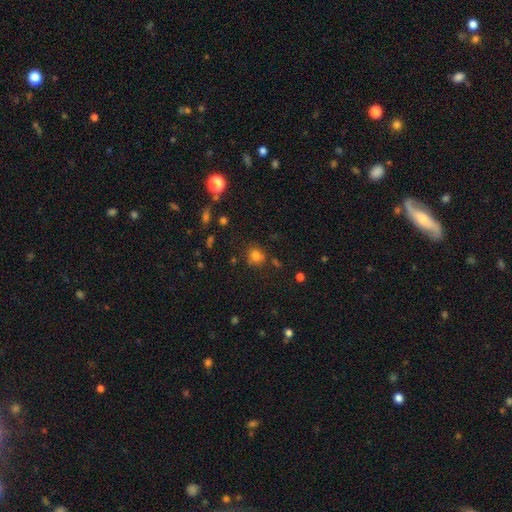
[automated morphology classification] This appears to be a smooth galaxy with no disk features (77%) that is round (79%). Merging: none (73%).